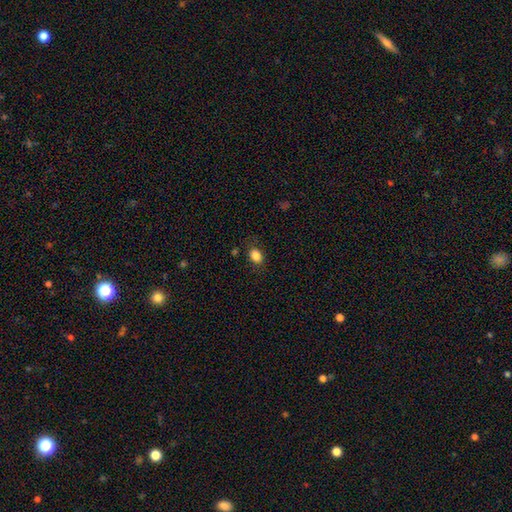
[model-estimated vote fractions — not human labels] Morphology: type=smooth (86%); roundness=in between (75%); merging=none (81%).